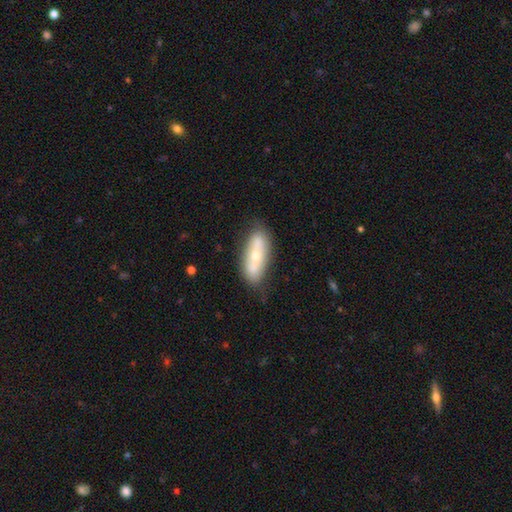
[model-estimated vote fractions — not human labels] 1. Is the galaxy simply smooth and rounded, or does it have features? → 48% featured or disk, 46% smooth, 6% star or artifact.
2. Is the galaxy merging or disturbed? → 69% none, 18% minor disturbance, 8% merger, 5% major disturbance.